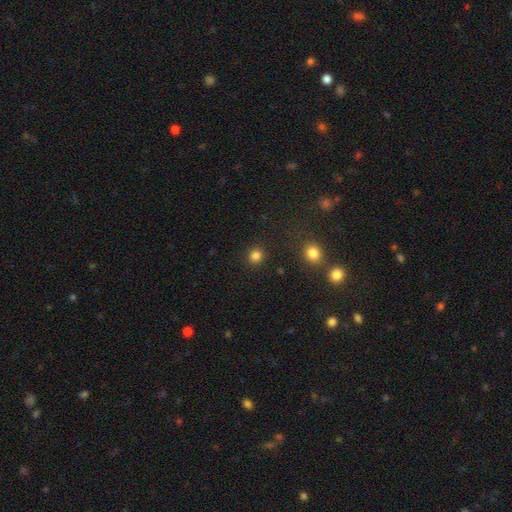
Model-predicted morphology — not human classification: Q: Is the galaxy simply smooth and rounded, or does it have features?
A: smooth — 83%.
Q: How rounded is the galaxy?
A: round — 85%.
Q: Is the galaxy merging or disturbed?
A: none — 90%.